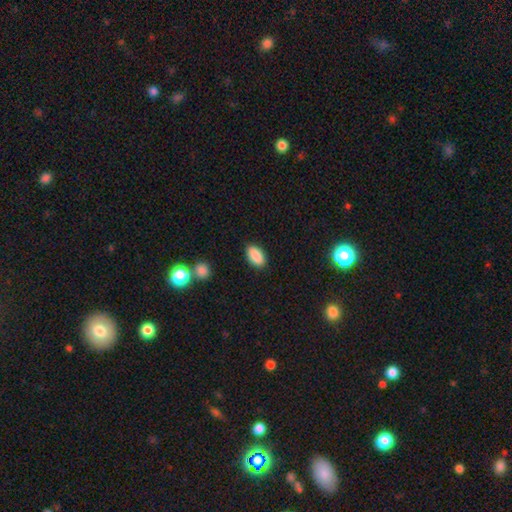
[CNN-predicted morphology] Smooth or featured? smooth (89%)
How rounded? in between (92%)
Merging? none (88%)